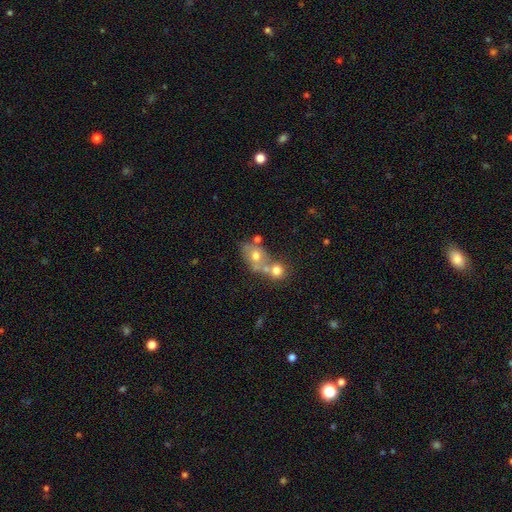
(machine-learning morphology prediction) A smooth galaxy with no disk features (59%) that is in between round and cigar-shaped (58%).

Vote fractions:
- Smooth or featured? smooth: 59% / featured or disk: 29% / star or artifact: 12%
- How rounded? in between: 58% / round: 40% / cigar-shaped: 2%
- Merging? merger: 48% / none: 34% / minor disturbance: 11% / major disturbance: 6%